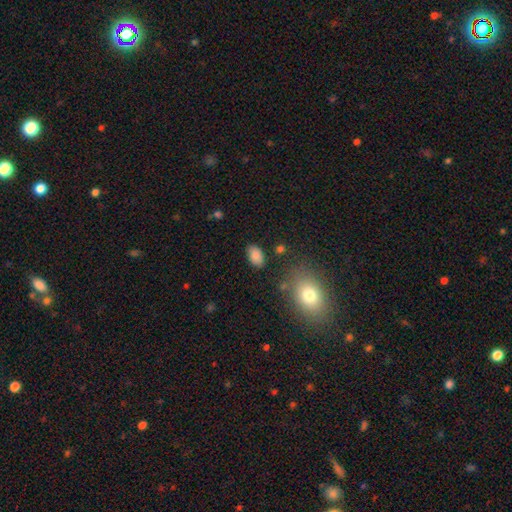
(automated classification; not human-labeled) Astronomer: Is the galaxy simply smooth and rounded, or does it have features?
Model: smooth — 86%.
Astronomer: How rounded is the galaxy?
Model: in between — 91%.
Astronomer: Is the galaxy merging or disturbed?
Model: none — 82%.